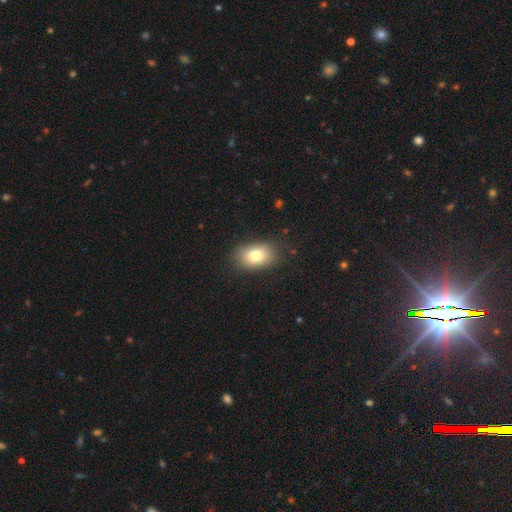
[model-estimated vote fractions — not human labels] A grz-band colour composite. It shows a smooth galaxy with no disk features (79%) that is in between round and cigar-shaped (83%). Merging: none (84%).